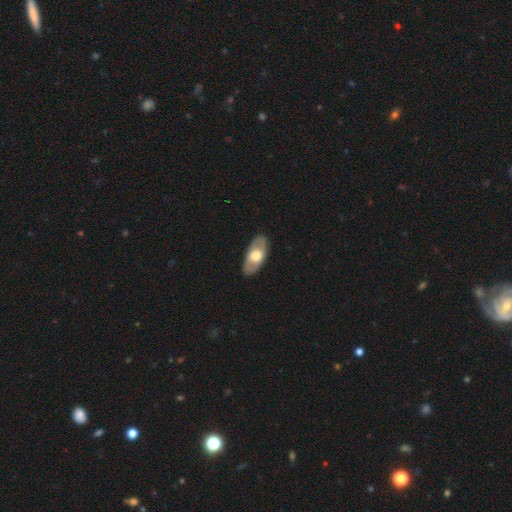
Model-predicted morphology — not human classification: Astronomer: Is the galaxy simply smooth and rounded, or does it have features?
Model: smooth — 49% (runner-up: featured or disk, 47%).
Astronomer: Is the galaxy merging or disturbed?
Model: none — 87%.